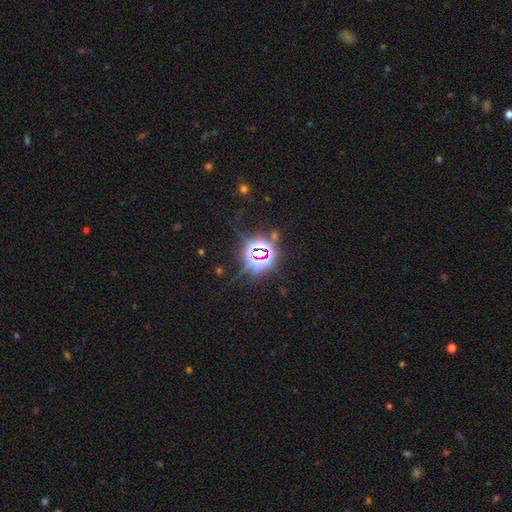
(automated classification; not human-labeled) Overall: star or artifact (81%).